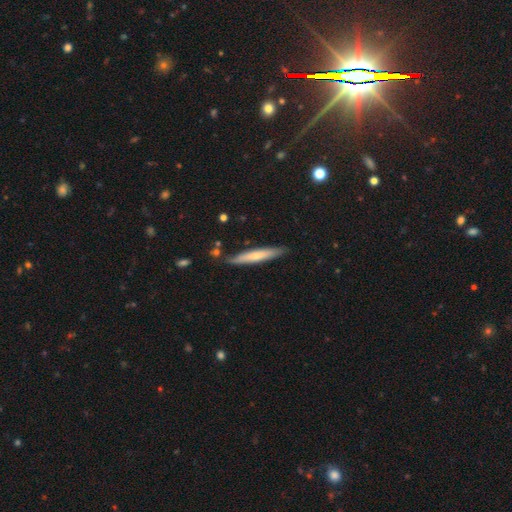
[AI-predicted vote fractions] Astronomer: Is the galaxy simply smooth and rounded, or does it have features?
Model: smooth — 60%.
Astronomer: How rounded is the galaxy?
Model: cigar-shaped — 92%.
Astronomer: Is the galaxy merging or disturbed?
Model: none — 82%.